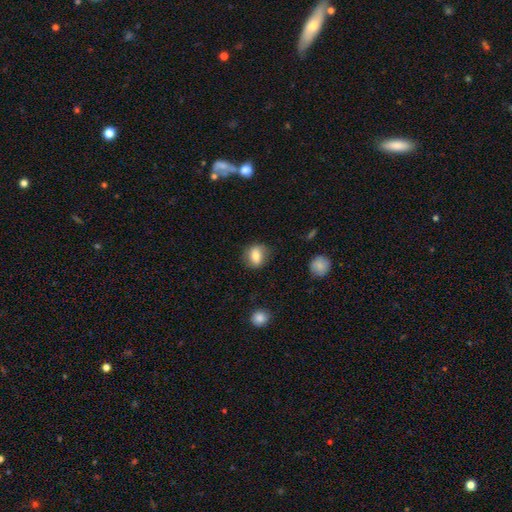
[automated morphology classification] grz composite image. It shows a smooth galaxy with no disk features (74%) that is round (51%). Merging: none (79%).